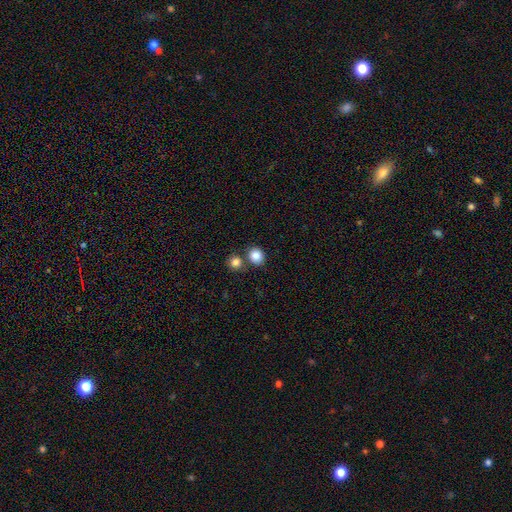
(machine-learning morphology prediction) smooth 85%, star or artifact 10%, featured or disk 4%. Down the decision tree: how rounded — round (79%); merging — none (70%).